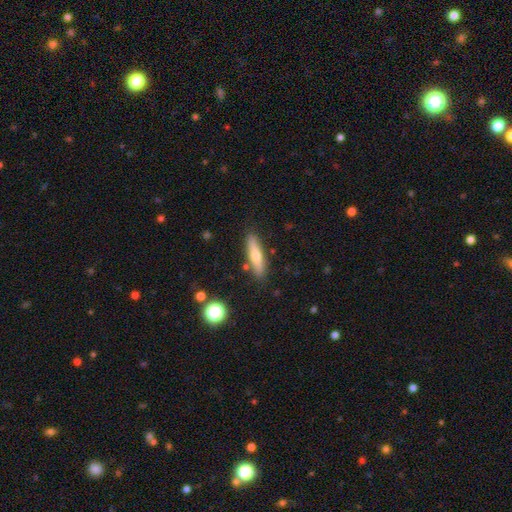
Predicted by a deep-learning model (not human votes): smooth_or_featured: smooth (p=0.57) [alt: featured or disk p=0.36]
how_rounded: cigar-shaped (p=0.77) [alt: in between p=0.21]
merging: none (p=0.86) [alt: minor disturbance p=0.10]